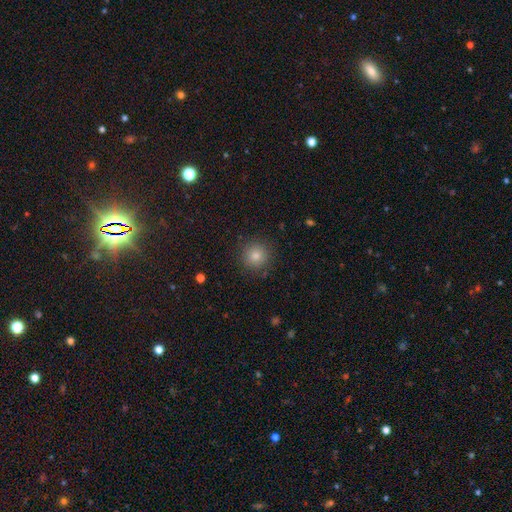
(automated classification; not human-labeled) Smooth or featured: smooth — 82% (star or artifact — 12%)
How rounded: round — 94% (in between — 5%)
Merging: none — 89% (minor disturbance — 7%)